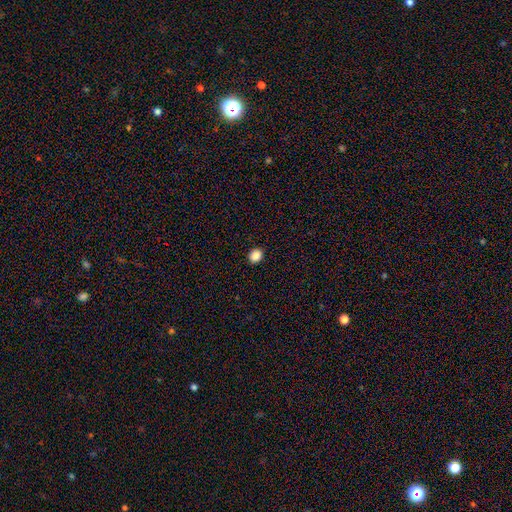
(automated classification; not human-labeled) A smooth galaxy with no disk features (88%) that is round (68%).

Vote fractions:
- Smooth or featured? smooth: 88% / star or artifact: 10% / featured or disk: 2%
- How rounded? round: 68% / in between: 31% / cigar-shaped: 1%
- Merging? none: 92% / minor disturbance: 5% / major disturbance: 2% / merger: 1%